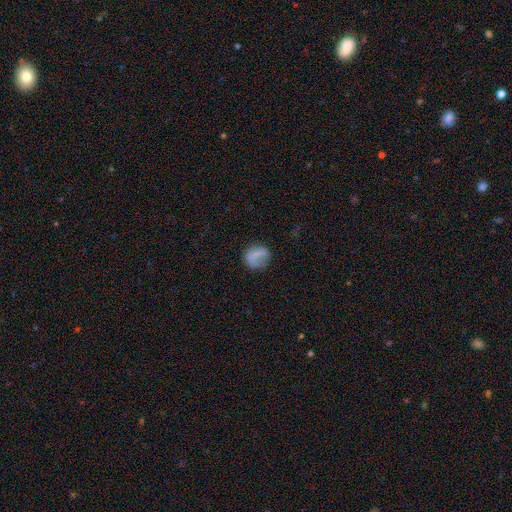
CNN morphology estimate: smooth 73%, featured or disk 17%, star or artifact 10%. Down the decision tree: how rounded — round (77%); merging — none (64%).